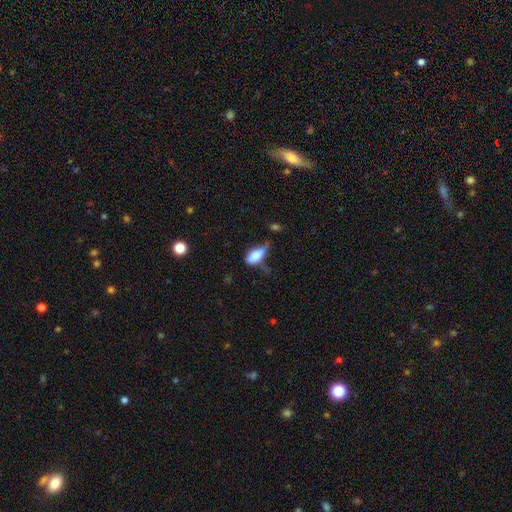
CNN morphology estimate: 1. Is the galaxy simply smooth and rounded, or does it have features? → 74% smooth, 17% featured or disk, 9% star or artifact.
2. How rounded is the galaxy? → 82% in between, 15% cigar-shaped, 3% round.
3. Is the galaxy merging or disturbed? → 36% minor disturbance, 31% none, 25% major disturbance, 8% merger.